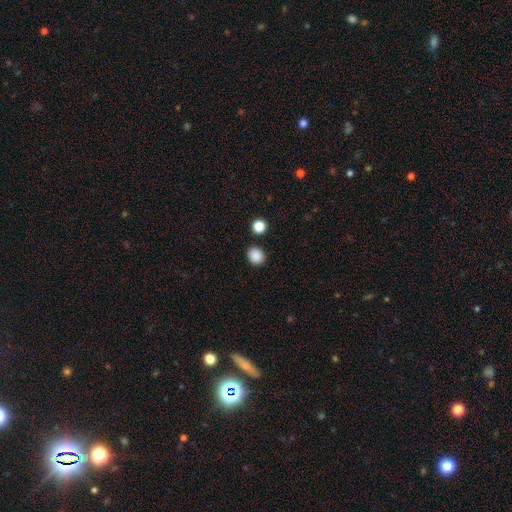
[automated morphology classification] This is clearly a smooth galaxy (87%). How rounded: likely round (75%). Merging: clearly none (87%).